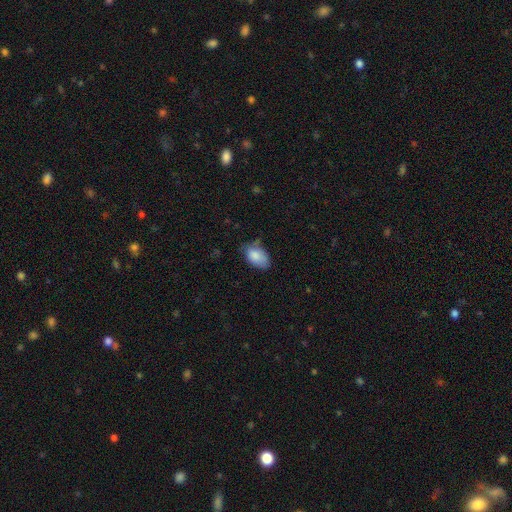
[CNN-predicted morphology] smooth-or-featured: smooth: 83% | featured or disk: 9% | star or artifact: 8%
  how-rounded: in between: 90% | round: 9% | cigar-shaped: 1%
  merging: none: 50% | minor disturbance: 37% | major disturbance: 10% | merger: 3%